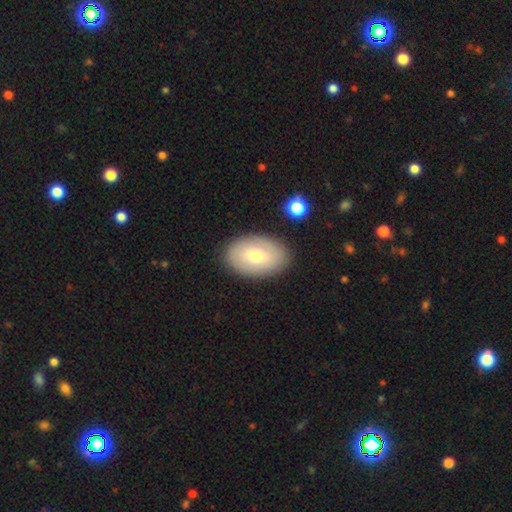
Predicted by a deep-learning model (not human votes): Morphology: type=smooth (65%); roundness=in between (89%); merging=none (86%).